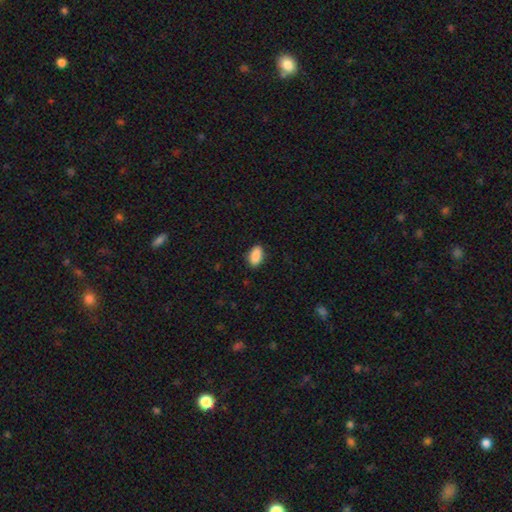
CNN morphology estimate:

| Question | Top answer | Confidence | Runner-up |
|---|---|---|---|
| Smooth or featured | smooth | 89% | star or artifact (7%) |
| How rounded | in between | 91% | round (5%) |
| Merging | none | 85% | minor disturbance (12%) |